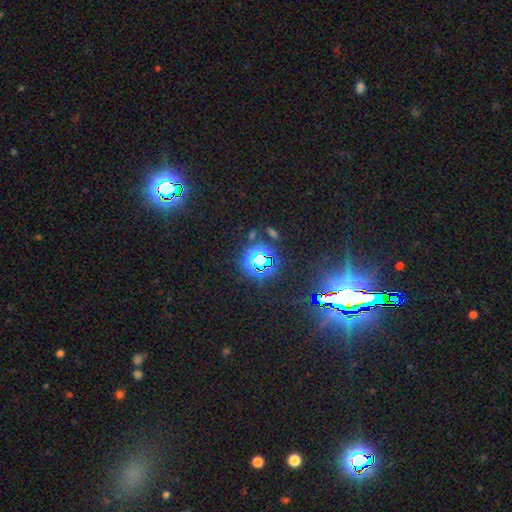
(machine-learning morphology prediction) This appears to be a star or artifact, not a galaxy (79%).